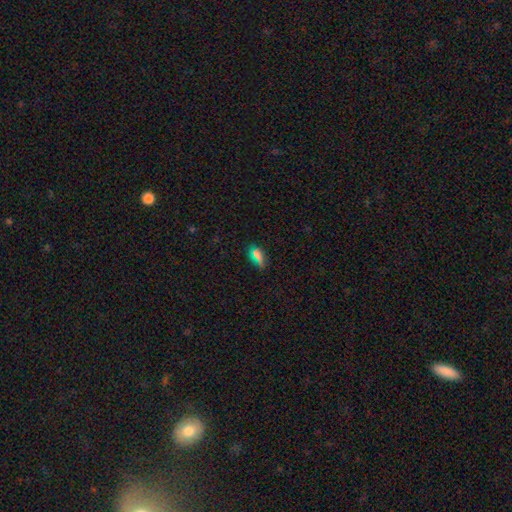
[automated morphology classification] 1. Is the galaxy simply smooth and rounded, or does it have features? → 60% smooth, 30% star or artifact, 10% featured or disk.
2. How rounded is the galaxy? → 71% in between, 15% cigar-shaped, 14% round.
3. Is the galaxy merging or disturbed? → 75% none, 16% minor disturbance, 6% major disturbance, 3% merger.